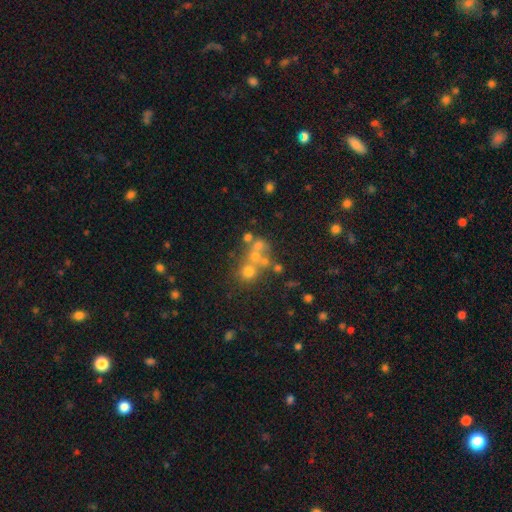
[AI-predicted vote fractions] Overall: smooth (48%; featured or disk 30%). Merging: merger (45%; none 39%).